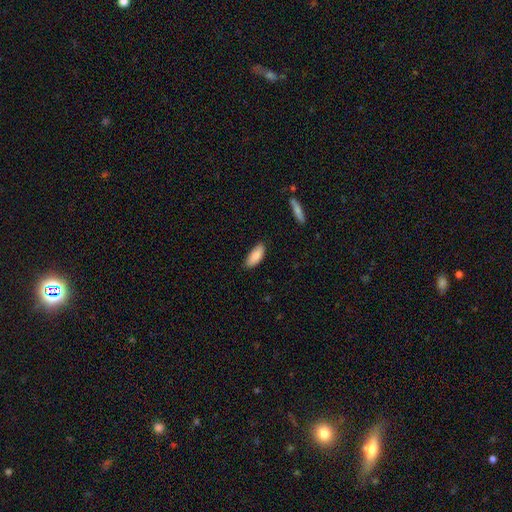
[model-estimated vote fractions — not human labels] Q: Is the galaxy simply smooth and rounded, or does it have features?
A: smooth — 87%.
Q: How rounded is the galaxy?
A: in between — 82%.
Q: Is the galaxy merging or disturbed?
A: none — 80%.